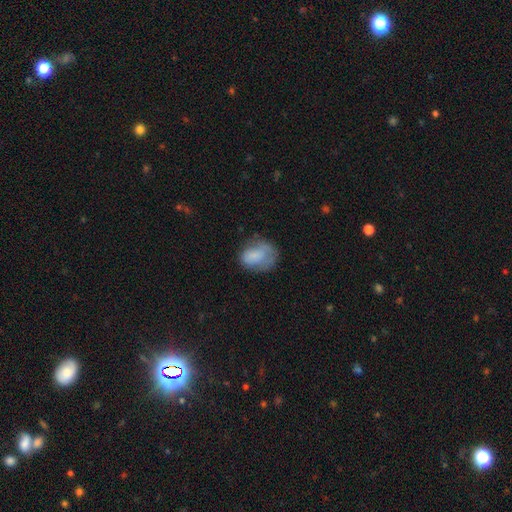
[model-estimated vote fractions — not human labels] A smooth galaxy with no disk features (72%) that is in between round and cigar-shaped (68%). Merging: none (46%).